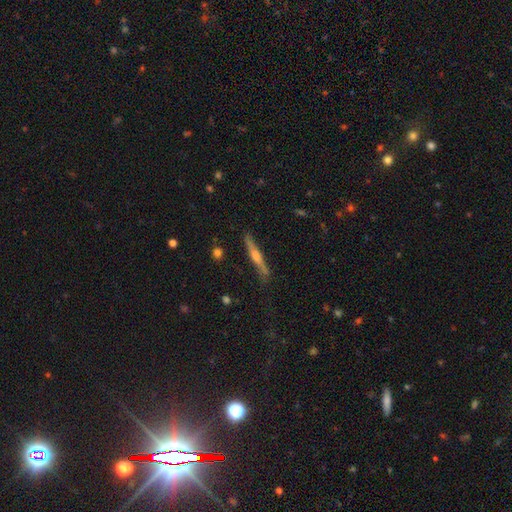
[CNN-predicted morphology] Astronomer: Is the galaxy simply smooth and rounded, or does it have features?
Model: featured or disk — 68%.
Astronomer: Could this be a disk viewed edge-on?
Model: yes — 97%.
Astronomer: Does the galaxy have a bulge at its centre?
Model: rounded — 73%.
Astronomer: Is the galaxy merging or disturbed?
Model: none — 84%.